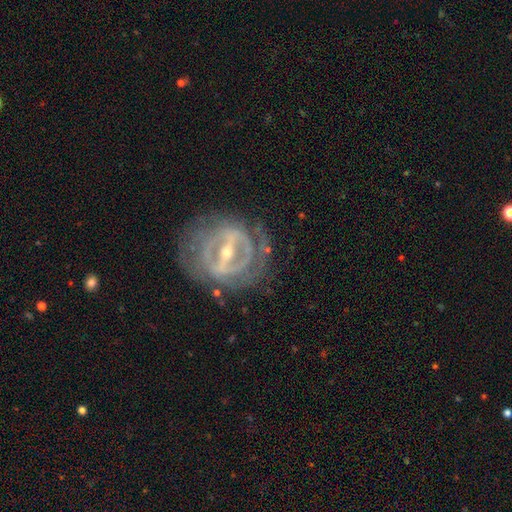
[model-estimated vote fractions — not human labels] smooth-or-featured: featured or disk: 88% | smooth: 6% | star or artifact: 6%
  disk-edge-on: no: 90% | yes: 10%
    bar: strong: 80% | weak: 15% | no: 5%
    has-spiral-arms: yes: 68% | no: 32%
      spiral-winding: tight: 64% | medium: 26% | loose: 10%
      spiral-arm-count: can't tell: 41% | 2: 32% | 3: 10% | 4: 7% | 1: 6% | more than 4: 4%
    bulge-size: small: 52% | moderate: 44% | large: 2% | none: 1% | dominant: 1%
  merging: none: 73% | minor disturbance: 15% | major disturbance: 11% | merger: 1%